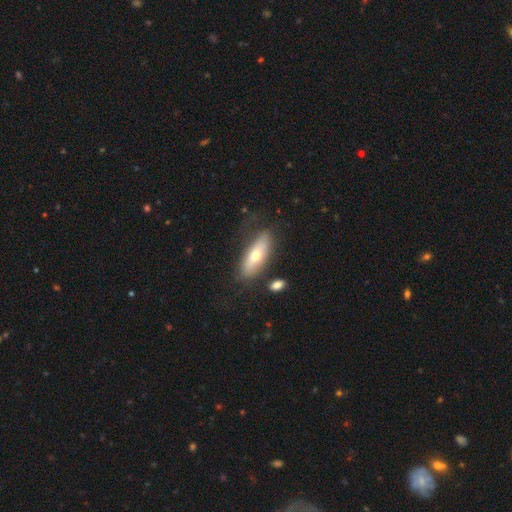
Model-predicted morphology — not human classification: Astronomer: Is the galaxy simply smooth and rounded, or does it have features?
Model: smooth — 58% (runner-up: featured or disk, 35%).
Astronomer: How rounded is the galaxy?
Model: in between — 65%.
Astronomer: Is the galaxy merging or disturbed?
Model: none — 71%.